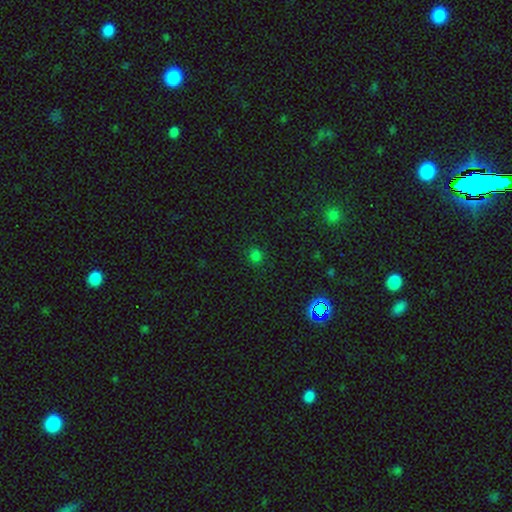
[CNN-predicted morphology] A smooth galaxy with no disk features (72%) that is round (76%).

Vote fractions:
- Smooth or featured? smooth: 72% / star or artifact: 24% / featured or disk: 4%
- How rounded? round: 76% / in between: 23% / cigar-shaped: 1%
- Merging? none: 85% / minor disturbance: 10% / major disturbance: 3% / merger: 2%